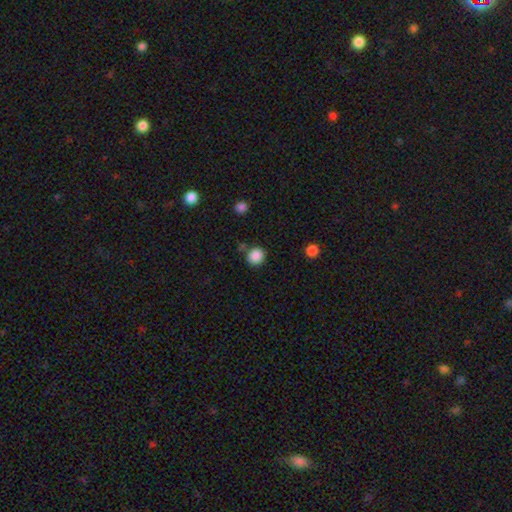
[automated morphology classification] Q: Smooth or featured?
A: smooth (87%); runner-up: star or artifact (10%)
Q: How rounded?
A: round (92%); runner-up: in between (7%)
Q: Merging?
A: none (80%); runner-up: minor disturbance (10%)